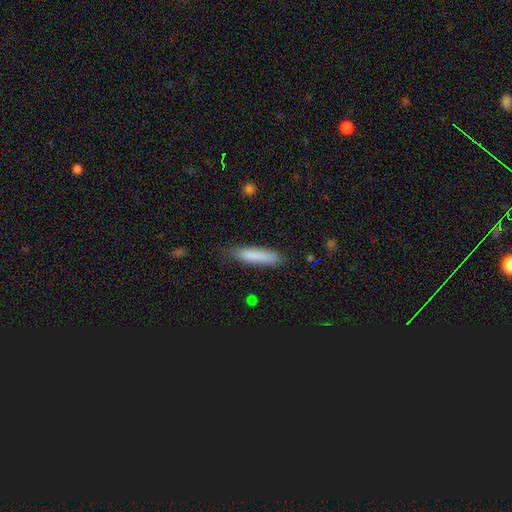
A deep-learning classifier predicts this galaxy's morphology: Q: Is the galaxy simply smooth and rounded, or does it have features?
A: smooth — 84%.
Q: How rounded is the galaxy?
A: cigar-shaped — 81%.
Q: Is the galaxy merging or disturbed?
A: none — 77%.